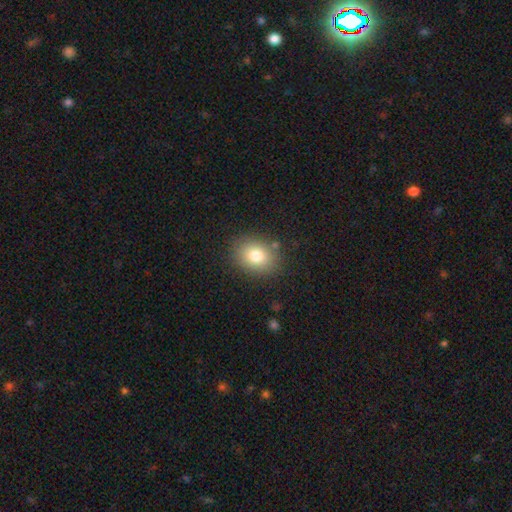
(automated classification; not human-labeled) smooth 80%, star or artifact 10%, featured or disk 10%. Down the decision tree: how rounded — in between (52%); merging — none (85%).